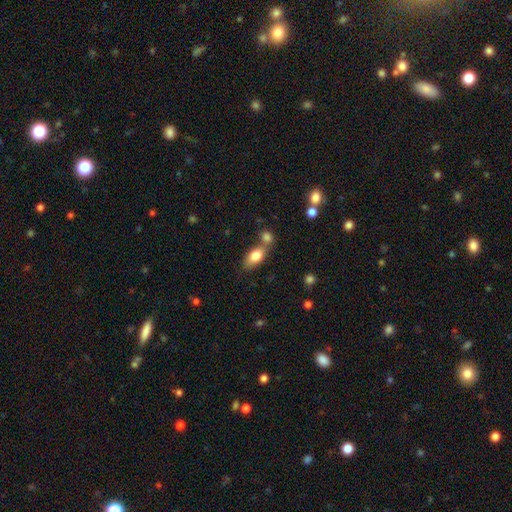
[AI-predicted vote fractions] Smooth or featured? Predicted: smooth (p=0.80). How rounded? Predicted: in between (p=0.86). Merging? Predicted: none (p=0.49).